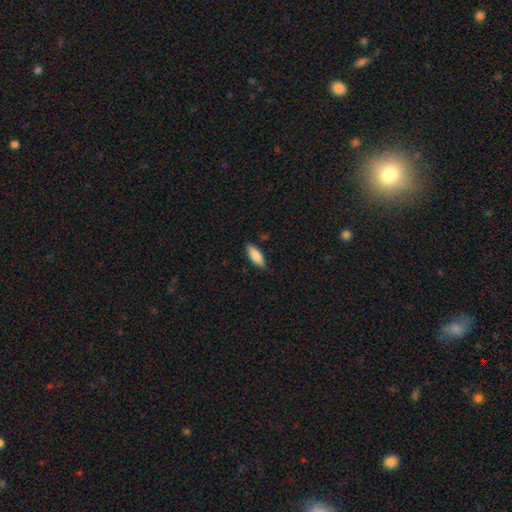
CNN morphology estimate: The model was most divided on "how rounded": in between: 67%, cigar-shaped: 32%, round: 2%. More confident: smooth or featured — smooth (85%); merging — none (85%).